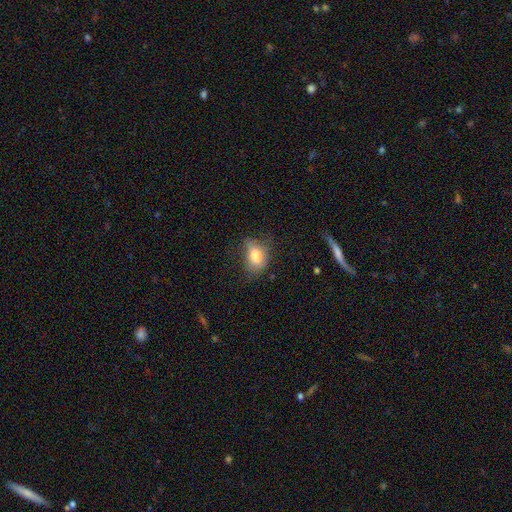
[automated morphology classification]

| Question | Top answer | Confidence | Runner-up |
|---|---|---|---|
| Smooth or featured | smooth | 77% | featured or disk (14%) |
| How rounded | in between | 81% | round (17%) |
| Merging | none | 52% | minor disturbance (32%) |